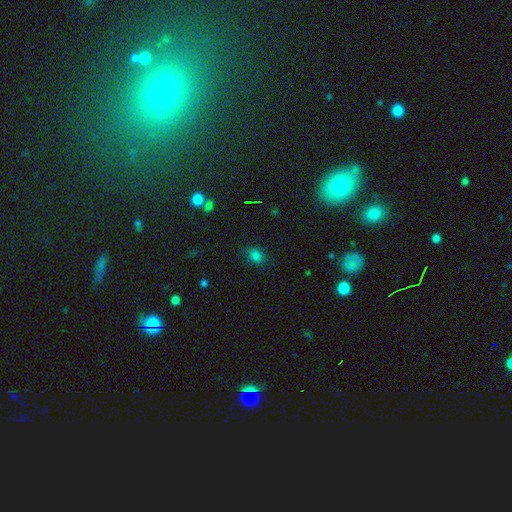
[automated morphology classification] This appears to be a smooth galaxy with no disk features (77%) that is in between round and cigar-shaped (66%). Merging: none (77%).